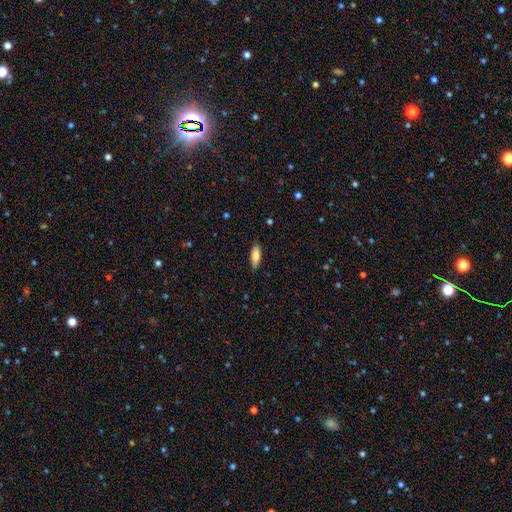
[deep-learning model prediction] Q: Smooth or featured?
A: smooth (80%); runner-up: featured or disk (14%)
Q: How rounded?
A: in between (66%); runner-up: cigar-shaped (32%)
Q: Merging?
A: none (84%); runner-up: minor disturbance (13%)